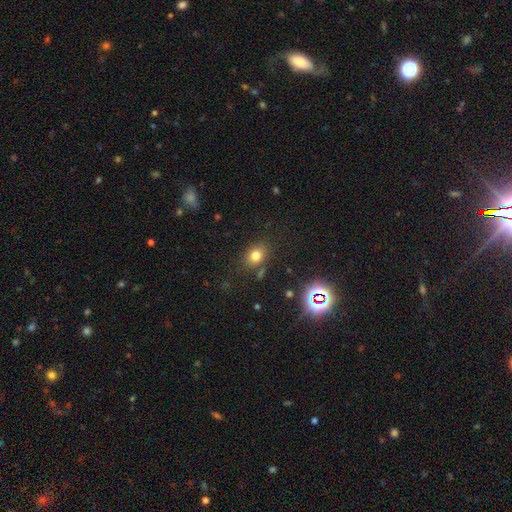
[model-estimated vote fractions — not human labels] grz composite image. It shows a smooth galaxy with no disk features (75%) that is in between round and cigar-shaped (52%). Merging: none (79%).